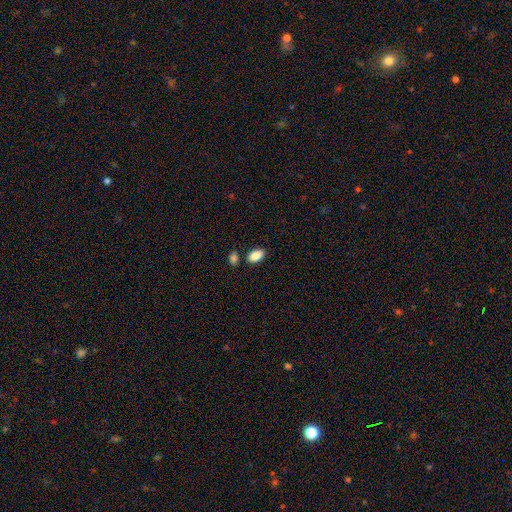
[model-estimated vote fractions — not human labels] Overall: smooth (88%). How rounded: in between (93%). Merging: none (79%).